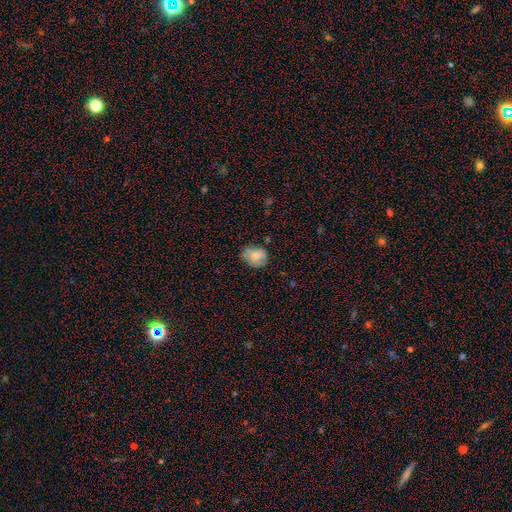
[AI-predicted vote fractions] Smooth or featured? smooth (72%)
How rounded? round (50%)
Merging? none (58%)